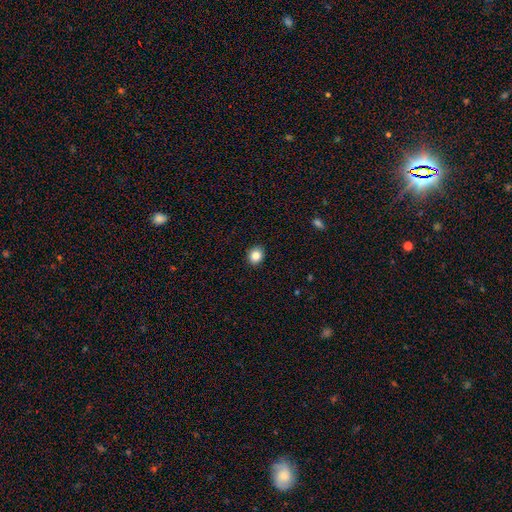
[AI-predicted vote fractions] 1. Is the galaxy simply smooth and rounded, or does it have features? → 85% smooth, 10% star or artifact, 5% featured or disk.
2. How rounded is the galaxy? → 71% round, 28% in between, 1% cigar-shaped.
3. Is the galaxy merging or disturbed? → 92% none, 5% minor disturbance, 2% major disturbance, 1% merger.